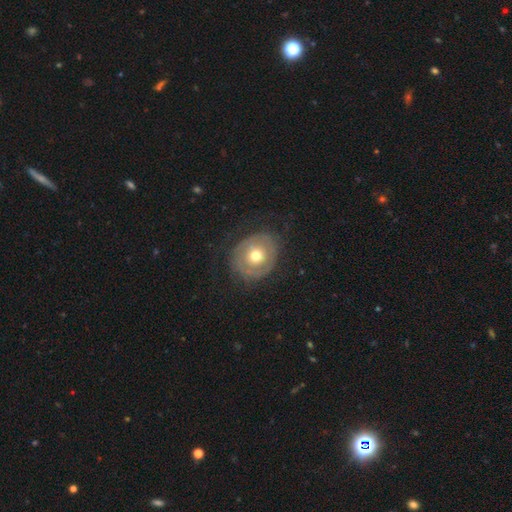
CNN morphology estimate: type=featured or disk (52%); edge-on=no (95%); merging=none (71%).